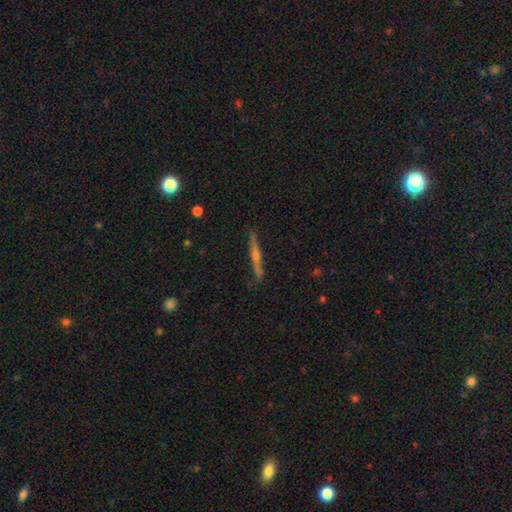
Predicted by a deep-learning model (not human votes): smooth_or_featured: featured or disk (p=0.66) [alt: smooth p=0.26]
disk_edge_on: yes (p=0.97) [alt: no p=0.03]
edge_on_bulge: rounded (p=0.70) [alt: none p=0.22]
merging: none (p=0.86) [alt: minor disturbance p=0.10]